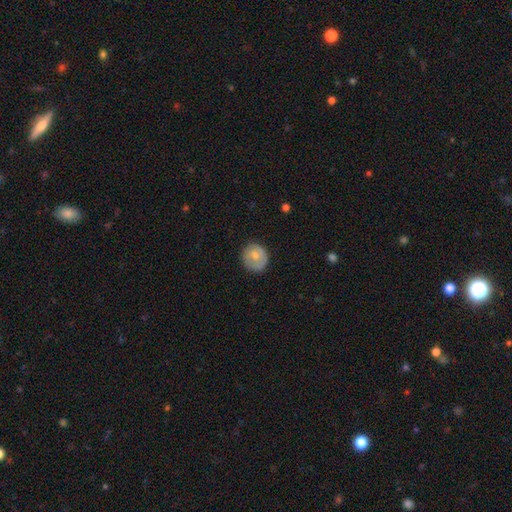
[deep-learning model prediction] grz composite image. It shows a smooth galaxy with no disk features (69%) that is round (85%). Merging: none (76%).